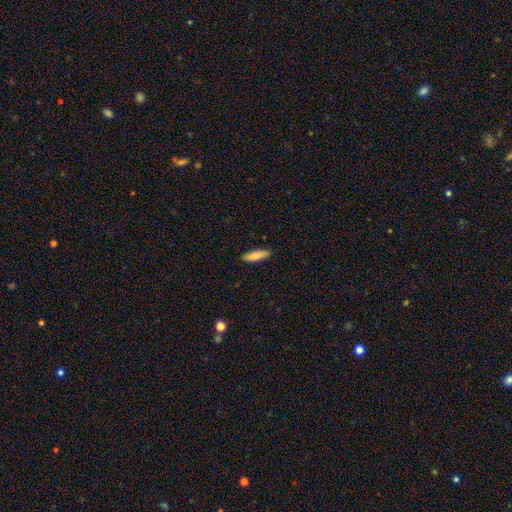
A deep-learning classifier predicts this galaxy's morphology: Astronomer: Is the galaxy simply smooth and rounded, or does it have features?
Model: smooth — 77%.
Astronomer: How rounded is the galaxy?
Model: cigar-shaped — 52% (runner-up: in between, 46%).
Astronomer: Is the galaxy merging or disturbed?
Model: none — 89%.